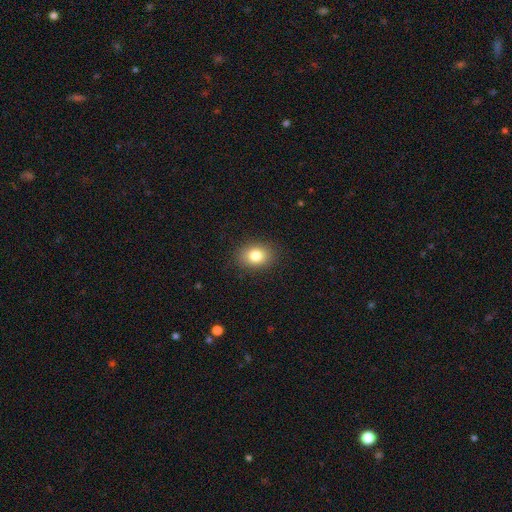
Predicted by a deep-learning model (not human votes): This is clearly a smooth galaxy (82%). How rounded: possibly in between (60%). Merging: clearly none (88%).